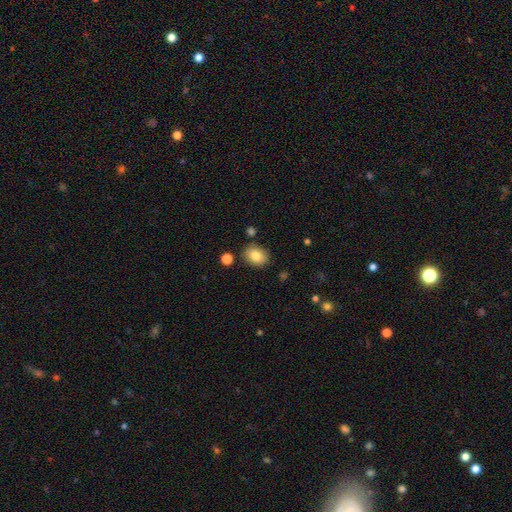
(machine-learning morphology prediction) Smooth or featured: smooth — 83% (star or artifact — 9%)
How rounded: in between — 63% (round — 36%)
Merging: none — 82% (minor disturbance — 12%)